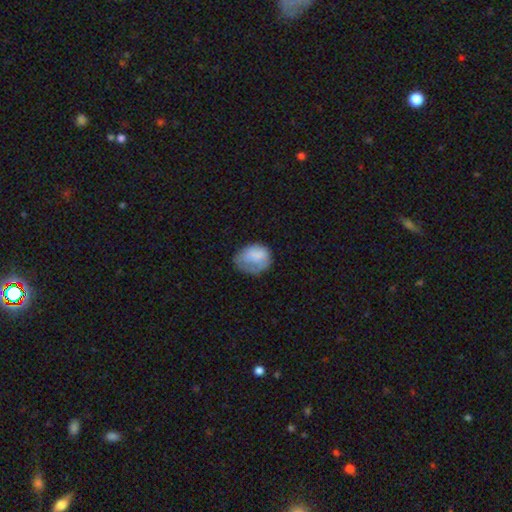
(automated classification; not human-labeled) Smooth or featured? smooth (74%)
How rounded? in between (53%)
Merging? none (40%)